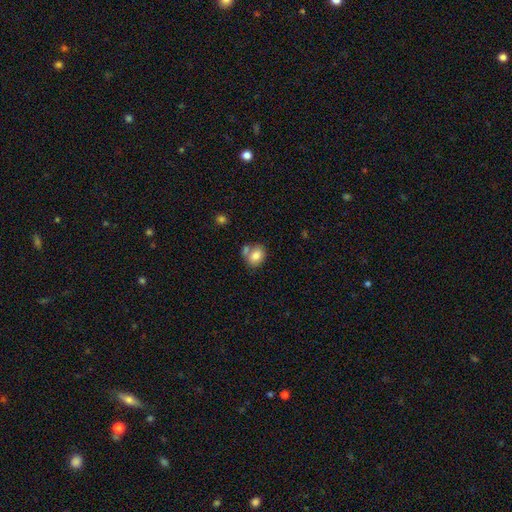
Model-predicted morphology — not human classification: smooth-or-featured: smooth: 80% | featured or disk: 12% | star or artifact: 8%
  how-rounded: in between: 60% | round: 39% | cigar-shaped: 1%
  merging: none: 48% | merger: 32% | minor disturbance: 15% | major disturbance: 5%